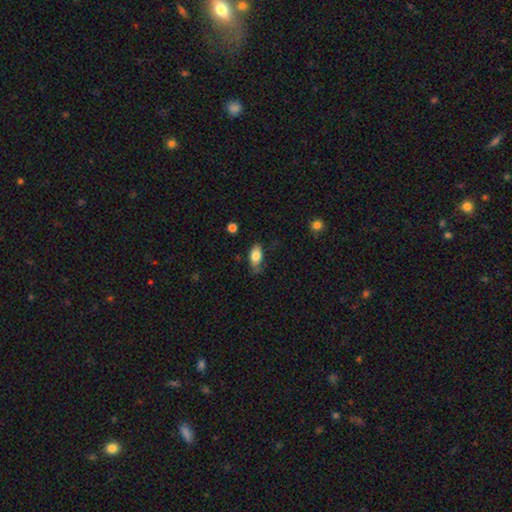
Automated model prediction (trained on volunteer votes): Smooth or featured: smooth — 80% (featured or disk — 13%)
How rounded: in between — 89% (cigar-shaped — 6%)
Merging: none — 61% (minor disturbance — 29%)